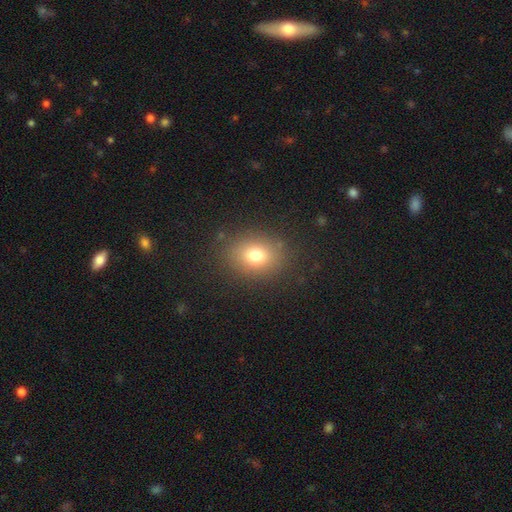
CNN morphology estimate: smooth-or-featured: smooth: 75% | star or artifact: 14% | featured or disk: 11%
  how-rounded: round: 53% | in between: 46% | cigar-shaped: 1%
  merging: none: 85% | minor disturbance: 9% | major disturbance: 4% | merger: 1%